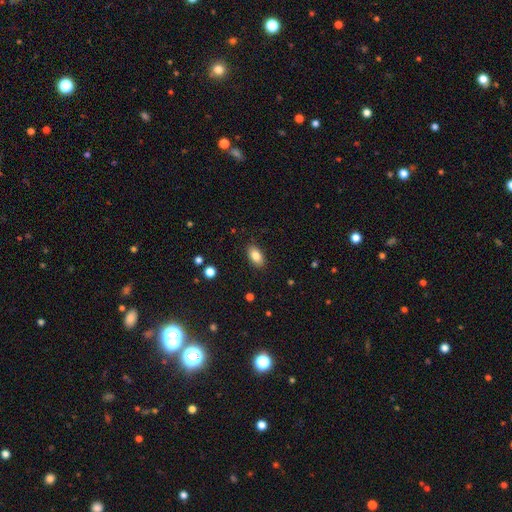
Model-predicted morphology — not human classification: Smooth or featured?
  - smooth: 85% *
  - star or artifact: 8%
  - featured or disk: 7%
How rounded?
  - in between: 91% *
  - round: 5%
  - cigar-shaped: 4%
Merging?
  - none: 87% *
  - minor disturbance: 10%
  - major disturbance: 2%
  - merger: 1%